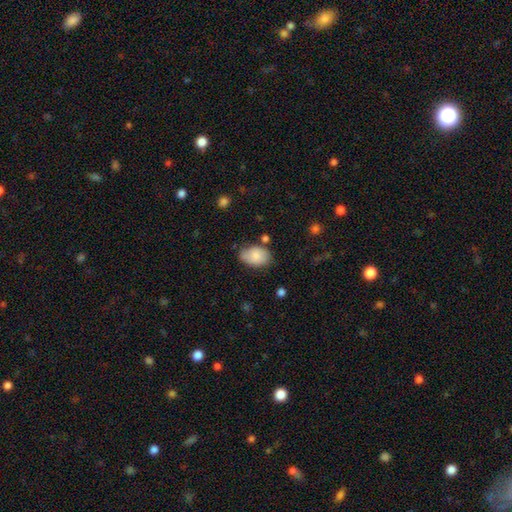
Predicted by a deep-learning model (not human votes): Morphology: type=smooth (82%); roundness=in between (86%); merging=none (64%).